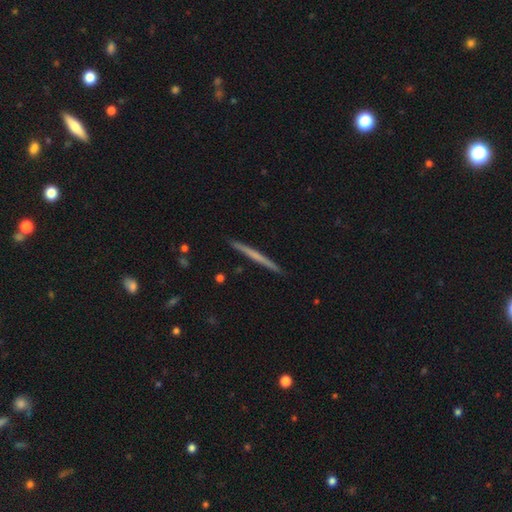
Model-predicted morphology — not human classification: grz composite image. It shows a featured or disk galaxy (50%) viewed edge-on (98%). Merging: none (93%).